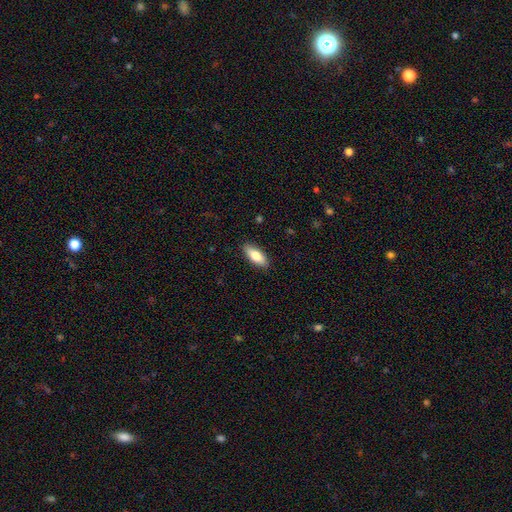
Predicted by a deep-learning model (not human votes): smooth_or_featured: smooth (p=0.80) [alt: featured or disk p=0.14]
how_rounded: in between (p=0.76) [alt: cigar-shaped p=0.22]
merging: none (p=0.89) [alt: minor disturbance p=0.08]